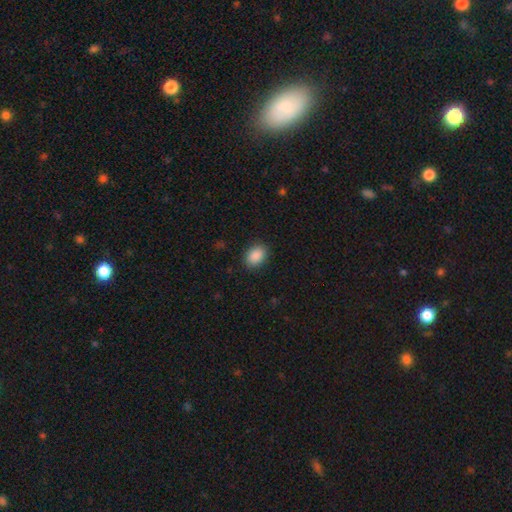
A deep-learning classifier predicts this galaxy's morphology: type=smooth (90%); roundness=in between (78%); merging=none (88%).